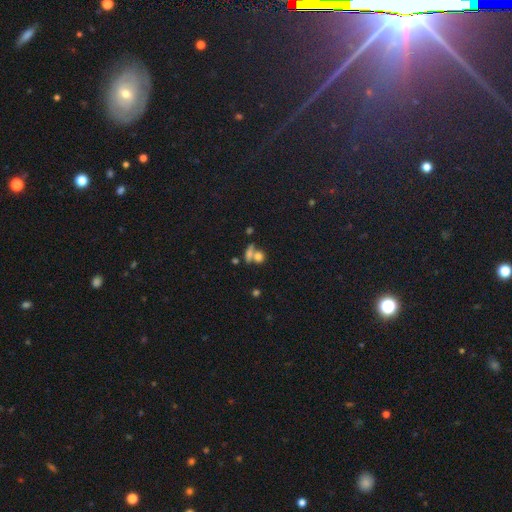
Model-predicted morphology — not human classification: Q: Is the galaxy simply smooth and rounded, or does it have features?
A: smooth — 69%.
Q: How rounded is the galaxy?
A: round — 54%.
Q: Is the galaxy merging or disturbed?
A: merger — 47%.